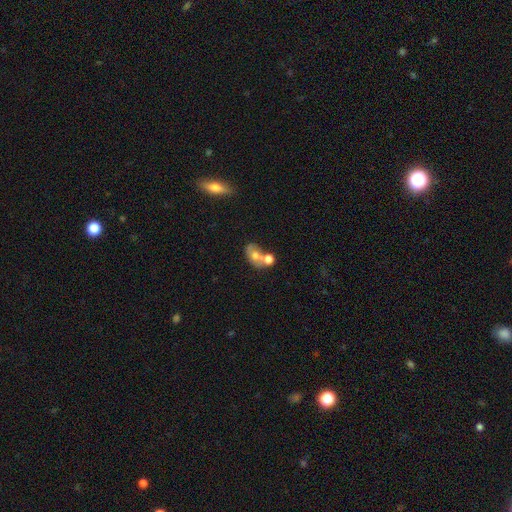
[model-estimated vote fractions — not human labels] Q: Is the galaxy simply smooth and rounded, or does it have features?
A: smooth — 56%.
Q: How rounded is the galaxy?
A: in between — 69%.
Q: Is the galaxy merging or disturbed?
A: merger — 51%.